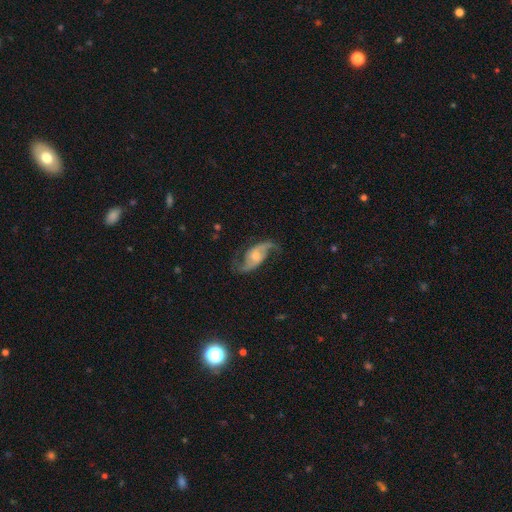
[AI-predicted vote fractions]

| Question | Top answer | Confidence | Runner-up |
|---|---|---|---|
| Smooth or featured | featured or disk | 85% | smooth (9%) |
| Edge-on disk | no | 96% | yes (4%) |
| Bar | no | 57% | weak (34%) |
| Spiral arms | yes | 96% | no (4%) |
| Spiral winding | loose | 61% | medium (32%) |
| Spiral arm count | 2 | 92% | can't tell (3%) |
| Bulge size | moderate | 48% | small (37%) |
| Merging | none | 73% | minor disturbance (16%) |